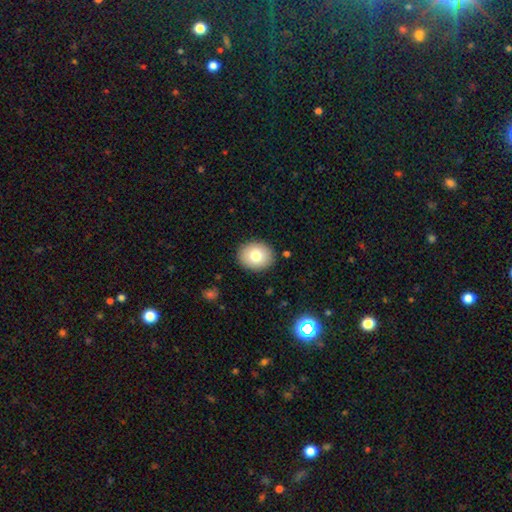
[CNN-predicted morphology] Smooth or featured? Predicted: smooth (p=0.76). How rounded? Predicted: round (p=0.59). Merging? Predicted: none (p=0.89).